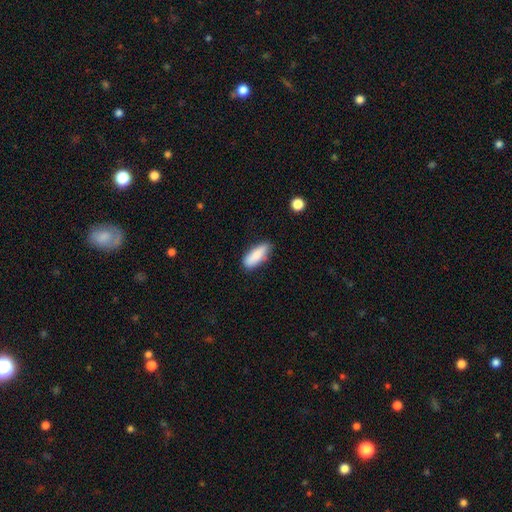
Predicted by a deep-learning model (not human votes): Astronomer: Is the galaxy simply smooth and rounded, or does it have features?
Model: smooth — 83%.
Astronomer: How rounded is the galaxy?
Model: in between — 66%.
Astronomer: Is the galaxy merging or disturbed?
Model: none — 76%.